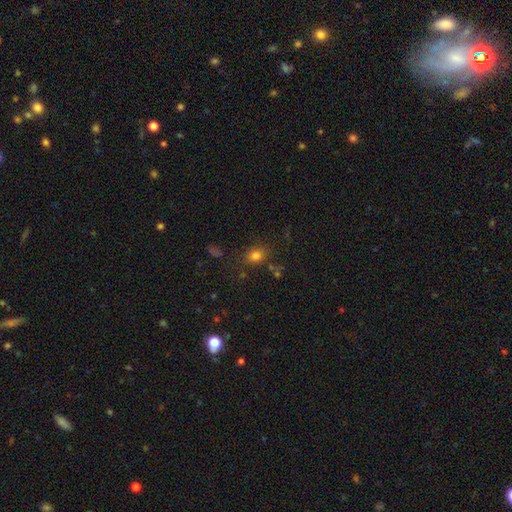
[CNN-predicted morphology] smooth_or_featured: smooth (p=0.77) [alt: star or artifact p=0.15]
how_rounded: in between (p=0.52) [alt: round p=0.46]
merging: none (p=0.77) [alt: minor disturbance p=0.14]